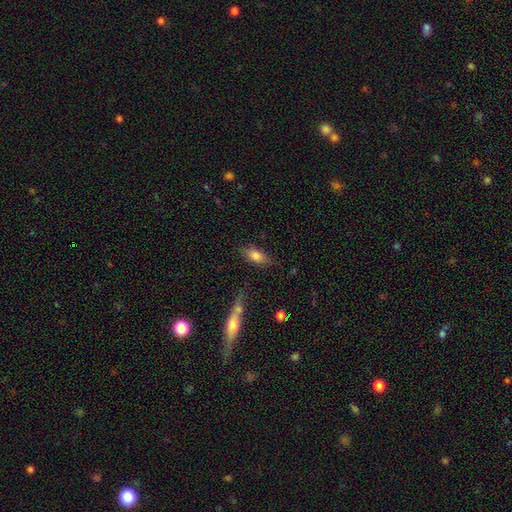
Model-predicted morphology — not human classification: smooth 80%, featured or disk 12%, star or artifact 8%. Down the decision tree: how rounded — in between (83%); merging — none (74%).